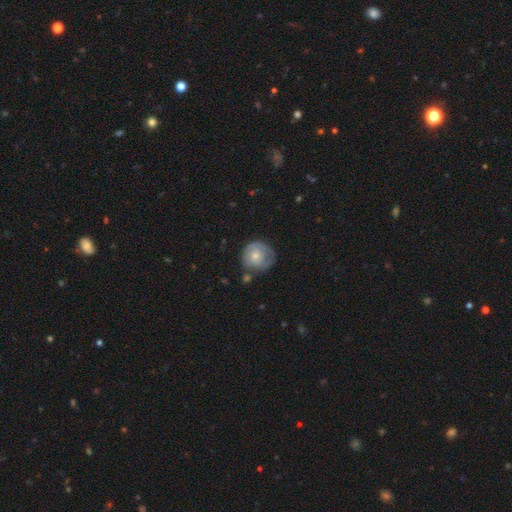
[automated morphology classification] A smooth galaxy with no disk features (56%) that is round (88%).

Vote fractions:
- Smooth or featured? smooth: 56% / featured or disk: 37% / star or artifact: 7%
- How rounded? round: 88% / in between: 11% / cigar-shaped: 1%
- Merging? none: 58% / minor disturbance: 26% / major disturbance: 10% / merger: 6%